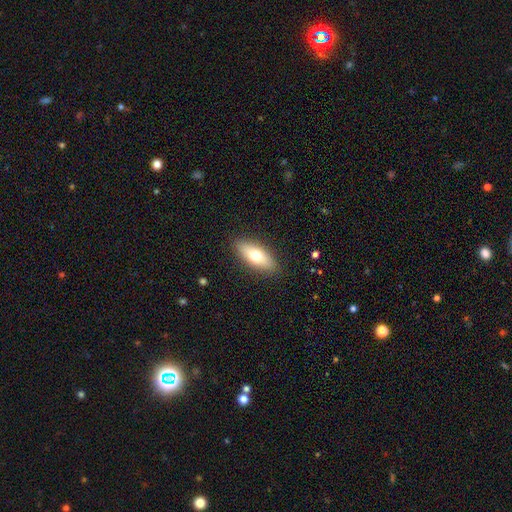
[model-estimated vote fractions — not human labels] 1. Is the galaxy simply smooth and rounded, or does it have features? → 69% smooth, 24% featured or disk, 6% star or artifact.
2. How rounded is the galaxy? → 72% in between, 26% cigar-shaped, 3% round.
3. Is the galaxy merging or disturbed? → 88% none, 9% minor disturbance, 2% major disturbance, 1% merger.